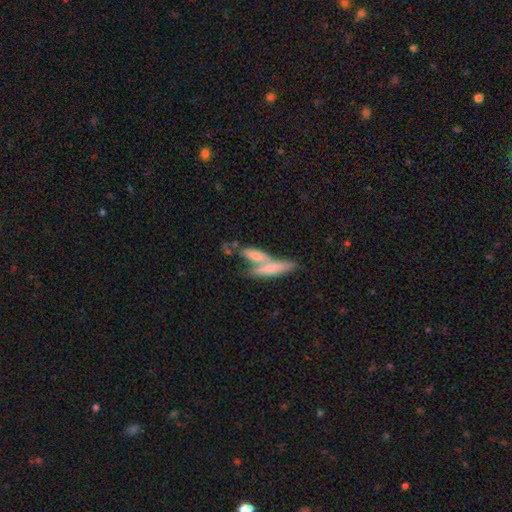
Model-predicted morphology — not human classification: smooth_or_featured: smooth (p=0.63) [alt: featured or disk p=0.30]
how_rounded: cigar-shaped (p=0.56) [alt: in between p=0.41]
merging: merger (p=0.60) [alt: none p=0.27]